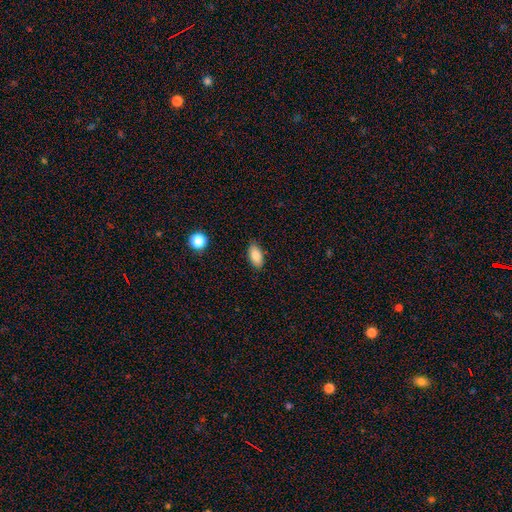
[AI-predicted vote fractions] Q: Smooth or featured?
A: smooth (85%); runner-up: star or artifact (8%)
Q: How rounded?
A: in between (92%); runner-up: cigar-shaped (5%)
Q: Merging?
A: none (86%); runner-up: minor disturbance (11%)